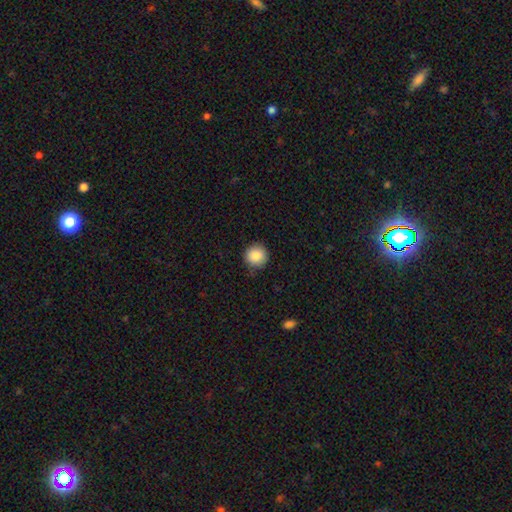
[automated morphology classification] A smooth galaxy with no disk features (86%) that is round (94%). Merging: none (86%).